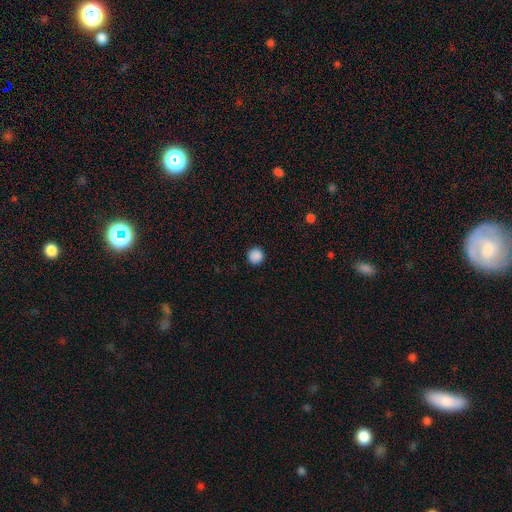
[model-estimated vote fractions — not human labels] Q: Smooth or featured?
A: smooth (88%); runner-up: star or artifact (10%)
Q: How rounded?
A: round (95%); runner-up: in between (4%)
Q: Merging?
A: none (92%); runner-up: minor disturbance (5%)